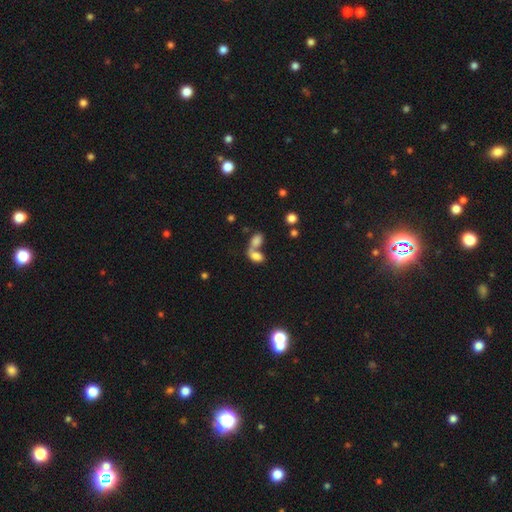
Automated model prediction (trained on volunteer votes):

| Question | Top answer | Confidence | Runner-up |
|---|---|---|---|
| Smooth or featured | smooth | 77% | featured or disk (13%) |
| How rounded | in between | 86% | round (11%) |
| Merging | merger | 67% | none (21%) |